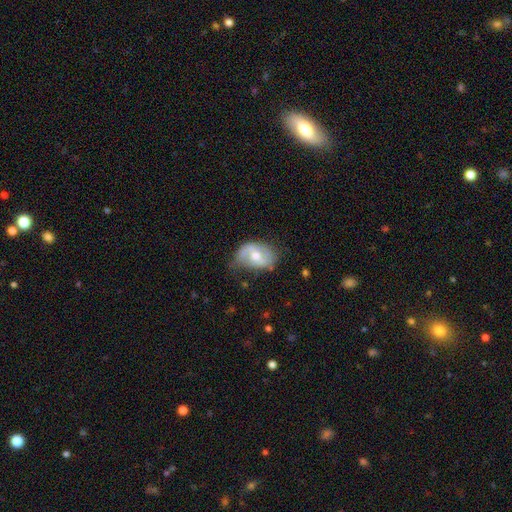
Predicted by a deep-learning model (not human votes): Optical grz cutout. It shows a featured or disk galaxy (57%) with a weak bar (44%), spiral arms (70%) and a moderate central bulge (67%). Merging: none (49%).